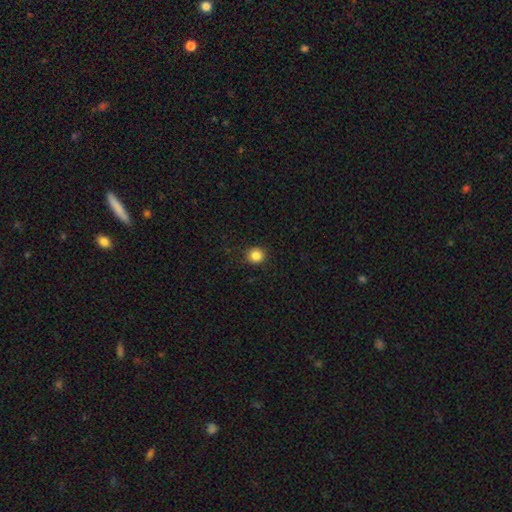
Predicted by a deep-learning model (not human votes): Morphology: type=smooth (85%); roundness=round (91%); merging=none (90%).